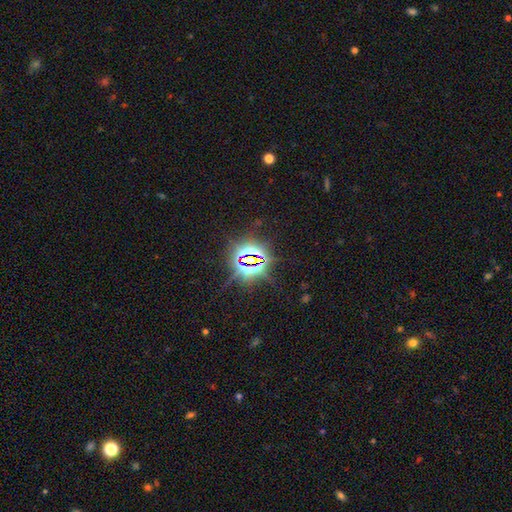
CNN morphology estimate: A star or artifact, not a galaxy (83%).